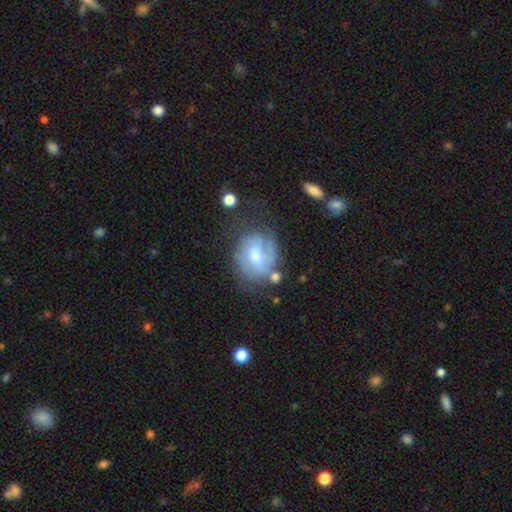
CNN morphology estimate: Smooth or featured?
  - featured or disk: 56% *
  - smooth: 37%
  - star or artifact: 8%
Edge-on disk?
  - no: 97% *
  - yes: 3%
Bar?
  - no: 50% *
  - weak: 41%
  - strong: 9%
Spiral arms?
  - yes: 66% *
  - no: 34%
Bulge size?
  - moderate: 58% *
  - small: 25%
  - large: 10%
  - none: 6%
  - dominant: 1%
Merging?
  - none: 50% *
  - minor disturbance: 25%
  - major disturbance: 18%
  - merger: 7%